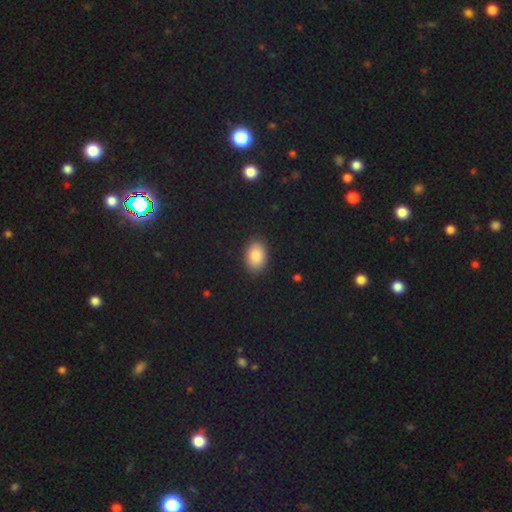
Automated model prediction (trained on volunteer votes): Smooth or featured? Predicted: smooth (p=0.86). How rounded? Predicted: in between (p=0.84). Merging? Predicted: none (p=0.89).